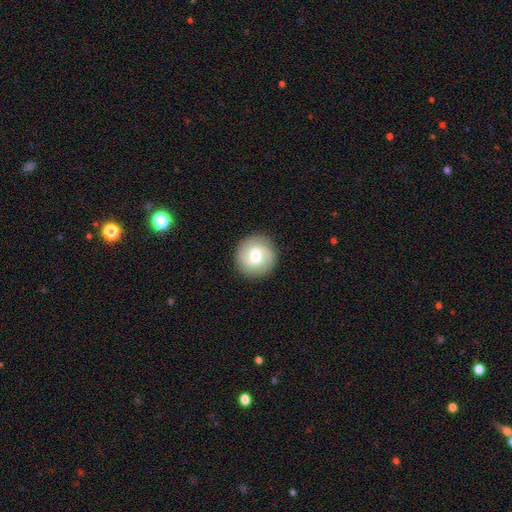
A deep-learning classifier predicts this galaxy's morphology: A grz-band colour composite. It shows a featured or disk galaxy (70%) with a weak bar (54%), 2 (82%) medium (45%) spiral arms (90%) and a moderate central bulge (69%). Merging: none (89%).